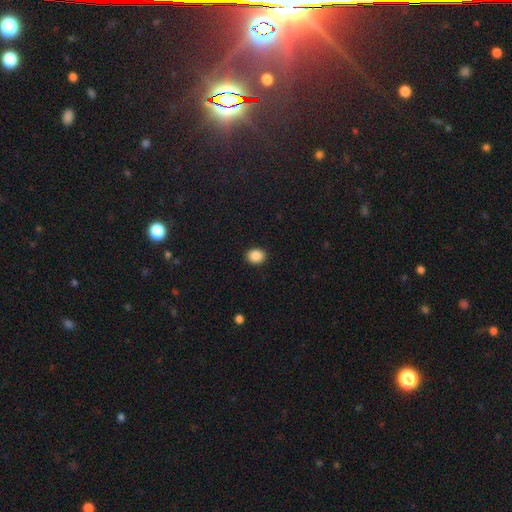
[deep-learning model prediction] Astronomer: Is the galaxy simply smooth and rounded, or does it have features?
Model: smooth — 88%.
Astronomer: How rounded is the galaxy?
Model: round — 53% (runner-up: in between, 46%).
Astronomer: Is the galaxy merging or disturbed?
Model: none — 91%.